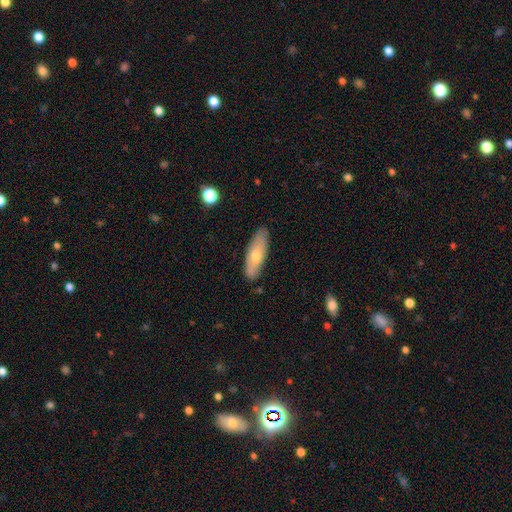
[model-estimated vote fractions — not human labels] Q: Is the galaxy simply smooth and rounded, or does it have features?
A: smooth — 67%.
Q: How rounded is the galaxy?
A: in between — 59%.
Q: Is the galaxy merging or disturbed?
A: none — 82%.